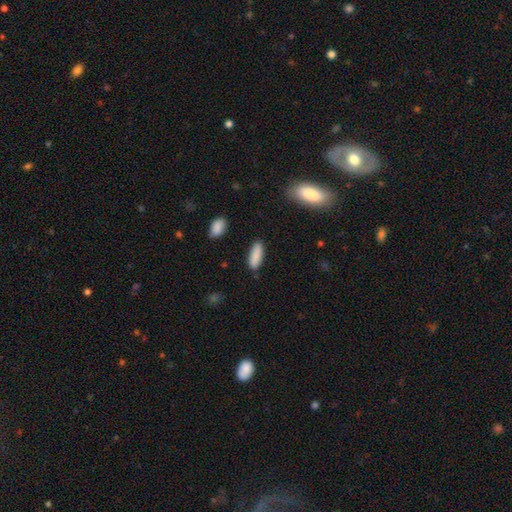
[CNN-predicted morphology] Smooth or featured? smooth (88%)
How rounded? in between (52%)
Merging? none (86%)